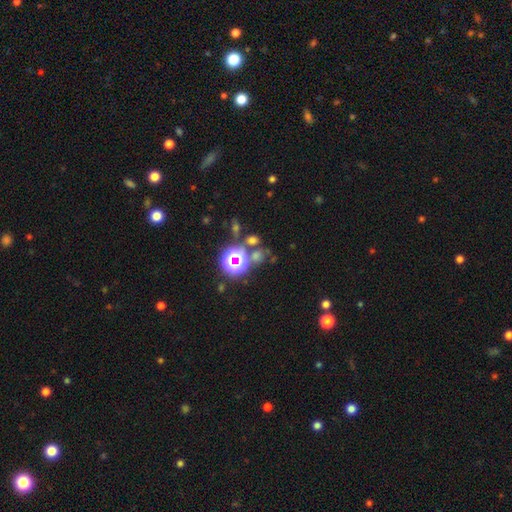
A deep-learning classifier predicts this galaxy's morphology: Smooth or featured?
  - smooth: 48% *
  - star or artifact: 43%
  - featured or disk: 9%
Merging?
  - none: 59% *
  - merger: 24%
  - minor disturbance: 11%
  - major disturbance: 6%